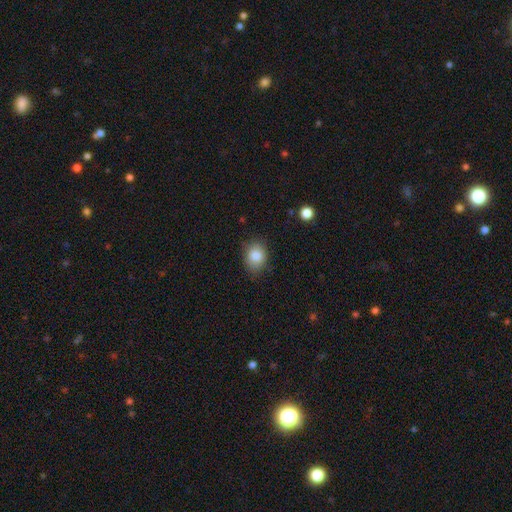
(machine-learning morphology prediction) A smooth galaxy with no disk features (84%) that is in between round and cigar-shaped (53%).

Vote fractions:
- Smooth or featured? smooth: 84% / star or artifact: 9% / featured or disk: 7%
- How rounded? in between: 53% / round: 46% / cigar-shaped: 1%
- Merging? none: 82% / minor disturbance: 14% / major disturbance: 3% / merger: 1%